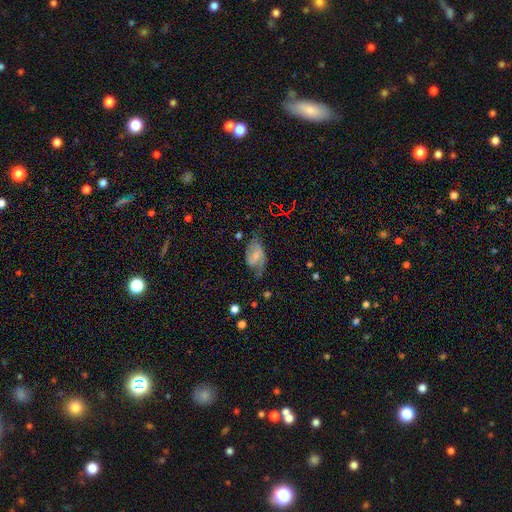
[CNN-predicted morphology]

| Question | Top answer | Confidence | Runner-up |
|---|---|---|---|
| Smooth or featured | featured or disk | 58% | smooth (34%) |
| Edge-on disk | no | 96% | yes (4%) |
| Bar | weak | 47% | no (35%) |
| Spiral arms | yes | 83% | no (17%) |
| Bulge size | small | 50% | moderate (26%) |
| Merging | none | 53% | minor disturbance (28%) |